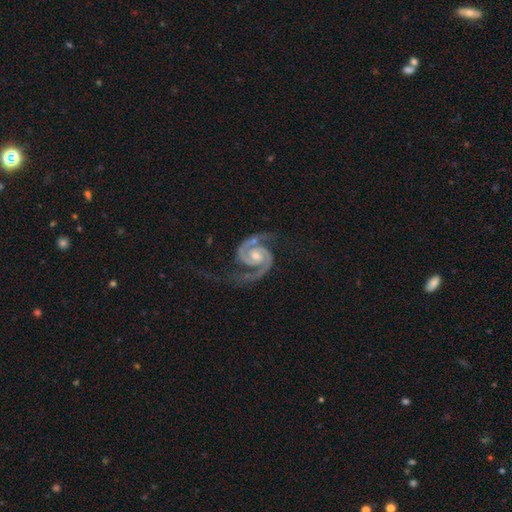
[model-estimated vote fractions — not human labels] Smooth or featured: featured or disk — 94% (star or artifact — 4%)
Edge-on disk: no — 98% (yes — 2%)
Bar: no — 59% (weak — 31%)
Spiral arms: yes — 99% (no — 1%)
Spiral winding: medium — 52% (tight — 37%)
Spiral arm count: 2 — 94% (3 — 1%)
Bulge size: moderate — 52% (small — 42%)
Merging: none — 71% (minor disturbance — 16%)